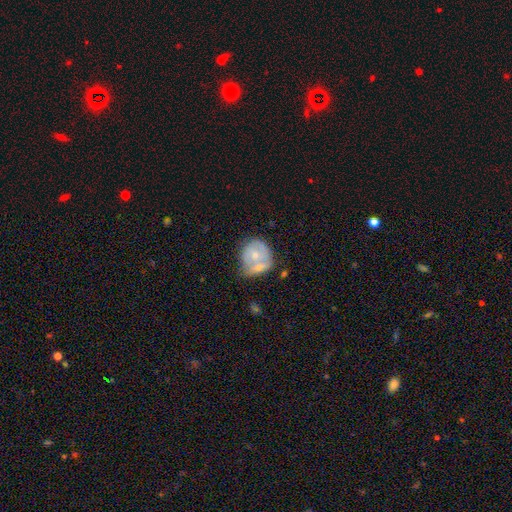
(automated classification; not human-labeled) Smooth or featured?
  - smooth: 50% *
  - featured or disk: 44%
  - star or artifact: 6%
How rounded?
  - round: 77% *
  - in between: 22%
  - cigar-shaped: 1%
Merging?
  - merger: 43% *
  - none: 30%
  - minor disturbance: 18%
  - major disturbance: 8%